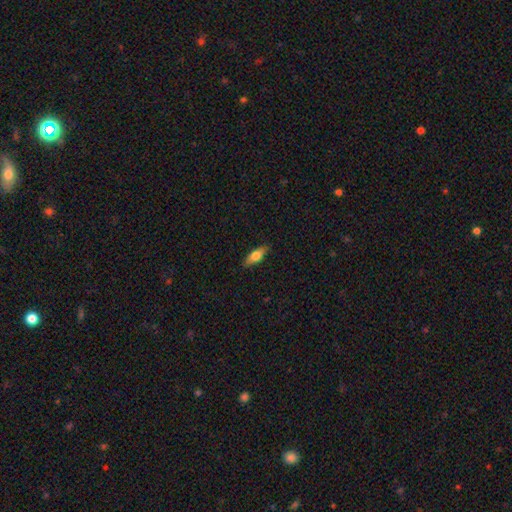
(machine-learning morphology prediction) A smooth galaxy with no disk features (69%) that is in between round and cigar-shaped (64%). Merging: none (87%).